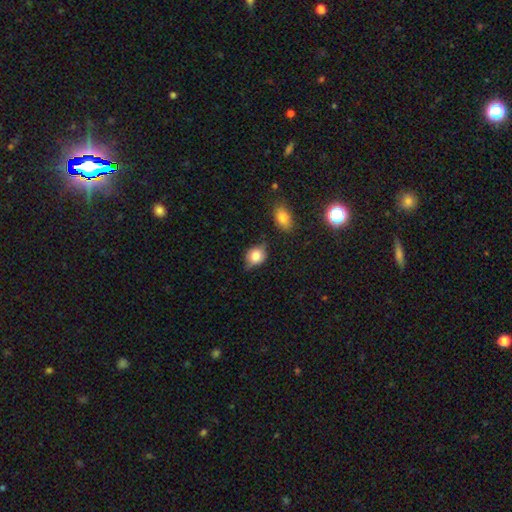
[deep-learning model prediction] Morphology: type=smooth (79%); roundness=in between (51%); merging=none (59%).